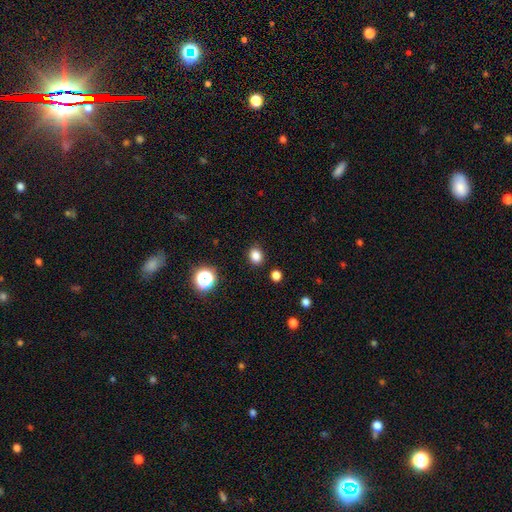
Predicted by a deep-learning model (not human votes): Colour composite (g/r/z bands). It shows a smooth galaxy with no disk features (83%) that is round (56%). Merging: none (88%).